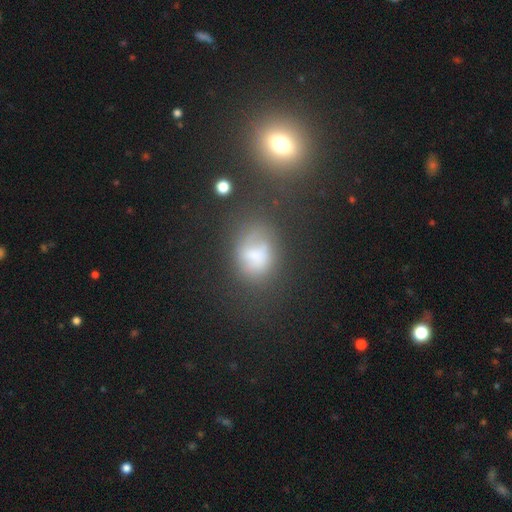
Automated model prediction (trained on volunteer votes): The model was most divided on "merging": none: 41%, minor disturbance: 26%, major disturbance: 24%, merger: 9%. More confident: how rounded — in between (69%); smooth or featured — smooth (56%).